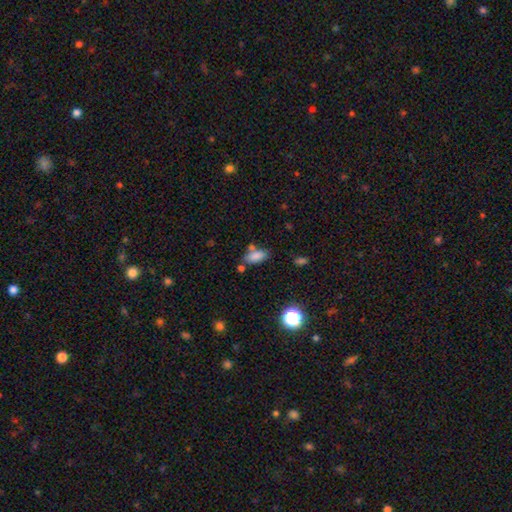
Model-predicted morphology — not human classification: type=smooth (82%); roundness=in between (87%); merging=none (61%).